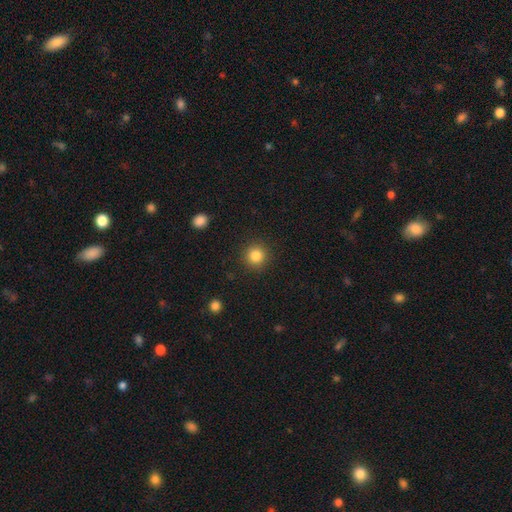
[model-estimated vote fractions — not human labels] smooth-or-featured: smooth: 84% | star or artifact: 11% | featured or disk: 5%
  how-rounded: round: 94% | in between: 5% | cigar-shaped: 1%
  merging: none: 91% | minor disturbance: 6% | major disturbance: 2% | merger: 1%